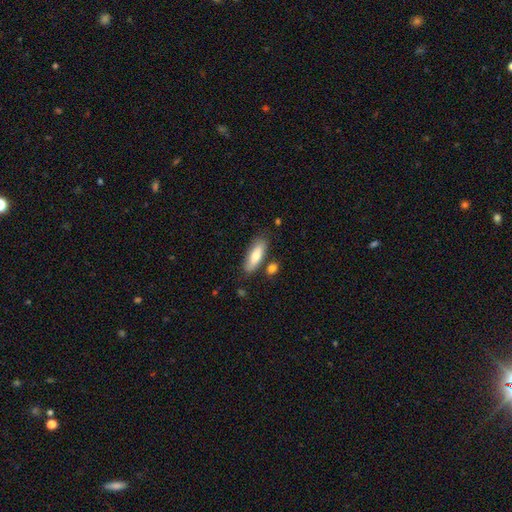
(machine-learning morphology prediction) A smooth galaxy with no disk features (76%) that is in between round and cigar-shaped (62%).

Vote fractions:
- Smooth or featured? smooth: 76% / featured or disk: 18% / star or artifact: 6%
- How rounded? in between: 62% / cigar-shaped: 36% / round: 2%
- Merging? none: 76% / minor disturbance: 14% / merger: 7% / major disturbance: 3%